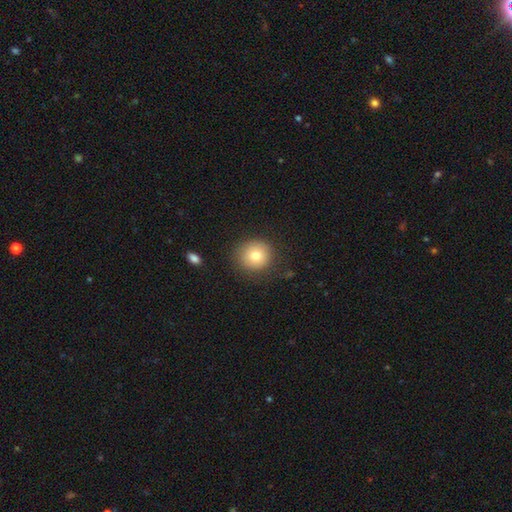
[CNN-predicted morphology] type=smooth (79%); roundness=round (90%); merging=none (84%).